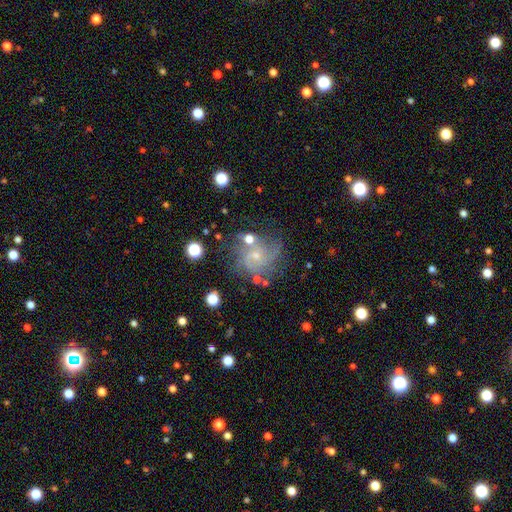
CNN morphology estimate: The model was most divided on "spiral arm count": 3: 29%, can't tell: 27%, 2: 19%, 4: 13%, more than 4: 7%, 1: 6%. Remaining: edge-on disk — no (98%); spiral arms — yes (94%); smooth or featured — featured or disk (78%); bar — no (74%); bulge size — small (67%); merging — none (60%); spiral winding — tight (49%).